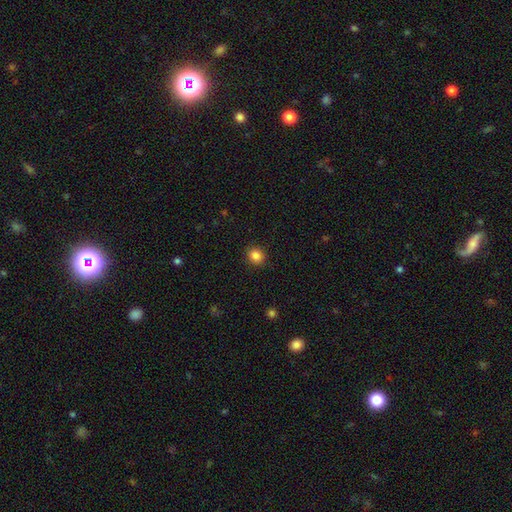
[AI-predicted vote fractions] smooth_or_featured: smooth (p=0.85) [alt: star or artifact p=0.11]
how_rounded: round (p=0.81) [alt: in between p=0.18]
merging: none (p=0.91) [alt: minor disturbance p=0.06]